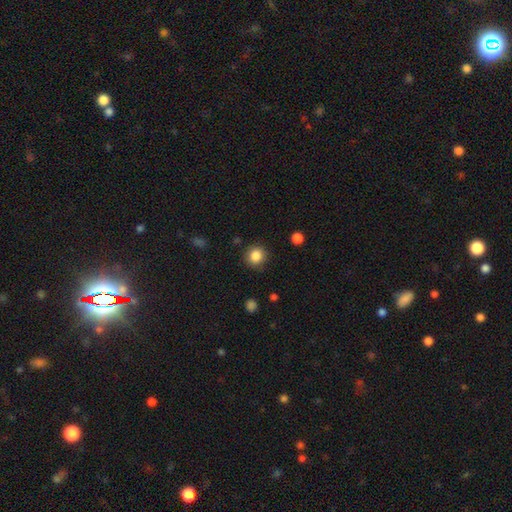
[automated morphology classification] A smooth galaxy with no disk features (86%) that is round (89%). Merging: none (88%).